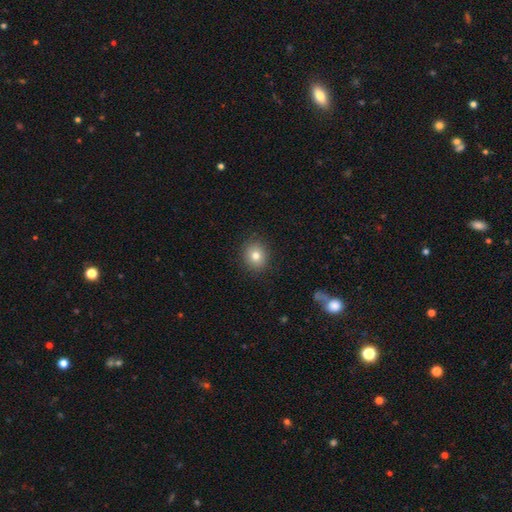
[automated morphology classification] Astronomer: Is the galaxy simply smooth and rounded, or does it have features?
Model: smooth — 79%.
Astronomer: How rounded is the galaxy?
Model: round — 78%.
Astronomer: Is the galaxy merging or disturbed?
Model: none — 89%.